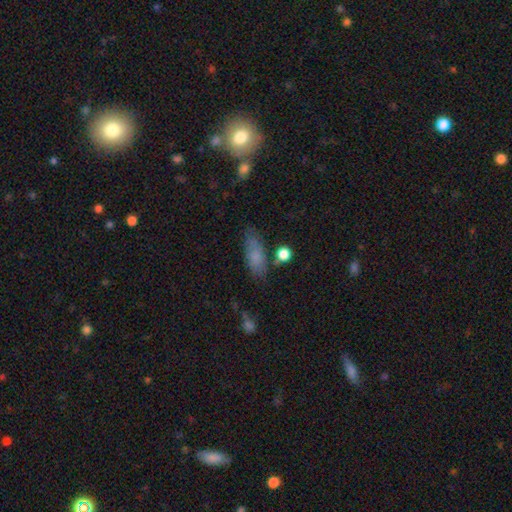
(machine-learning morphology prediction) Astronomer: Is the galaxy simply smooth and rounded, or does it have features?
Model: smooth — 76%.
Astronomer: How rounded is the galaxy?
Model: in between — 70%.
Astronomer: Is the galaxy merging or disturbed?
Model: none — 69%.